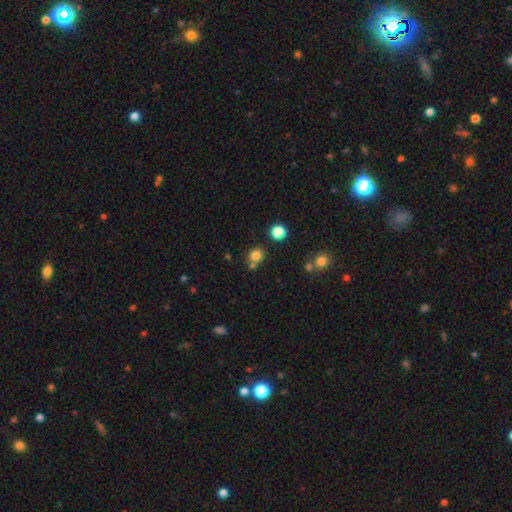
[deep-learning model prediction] A smooth galaxy with no disk features (79%) that is round (83%).

Vote fractions:
- Smooth or featured? smooth: 79% / star or artifact: 14% / featured or disk: 7%
- How rounded? round: 83% / in between: 17% / cigar-shaped: 1%
- Merging? none: 72% / merger: 15% / minor disturbance: 10% / major disturbance: 3%